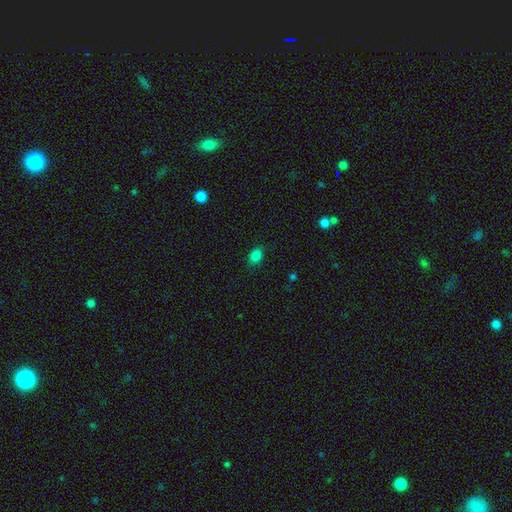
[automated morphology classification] The model was most divided on "how rounded": in between: 75%, round: 23%, cigar-shaped: 1%. More confident: merging — none (85%); smooth or featured — smooth (84%).